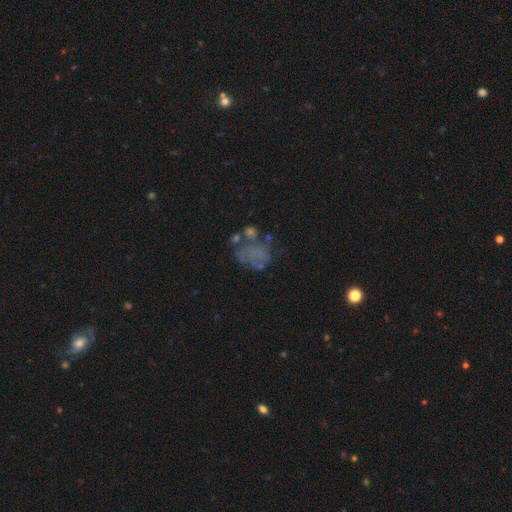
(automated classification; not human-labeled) smooth-or-featured: featured or disk: 46% | smooth: 35% | star or artifact: 20%
  merging: none: 38% | major disturbance: 29% | minor disturbance: 19% | merger: 14%